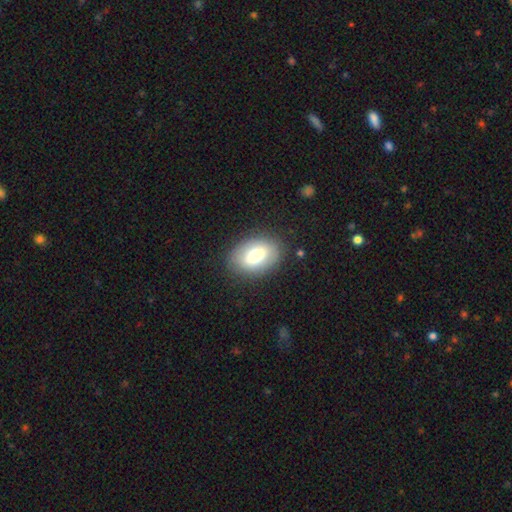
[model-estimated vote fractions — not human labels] smooth-or-featured: smooth: 71% | featured or disk: 22% | star or artifact: 8%
  how-rounded: in between: 84% | round: 15% | cigar-shaped: 1%
  merging: none: 84% | minor disturbance: 11% | major disturbance: 4% | merger: 1%